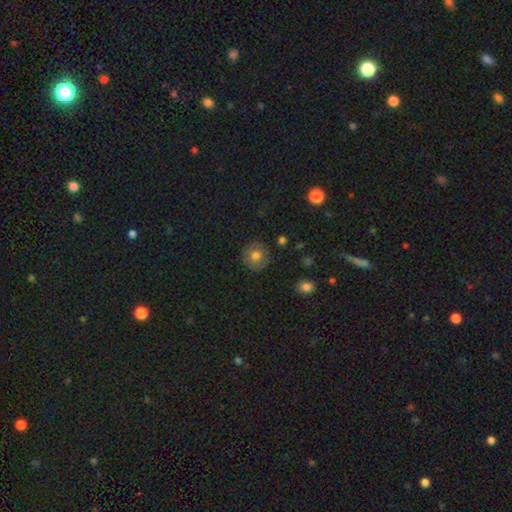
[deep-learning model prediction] Morphology: type=smooth (74%); roundness=round (92%); merging=none (87%).